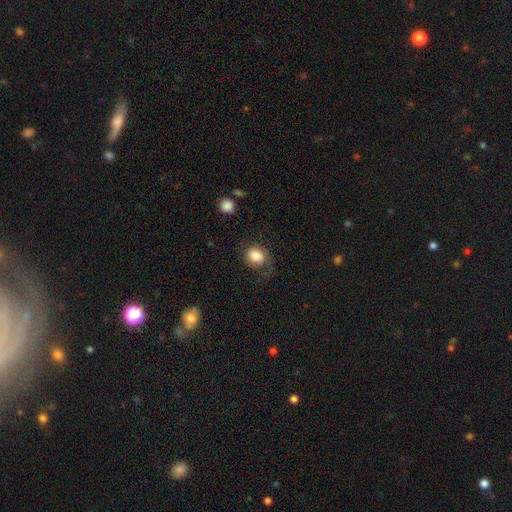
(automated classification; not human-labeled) Overall: smooth (84%). How rounded: round (60%; in between 39%). Merging: none (64%).